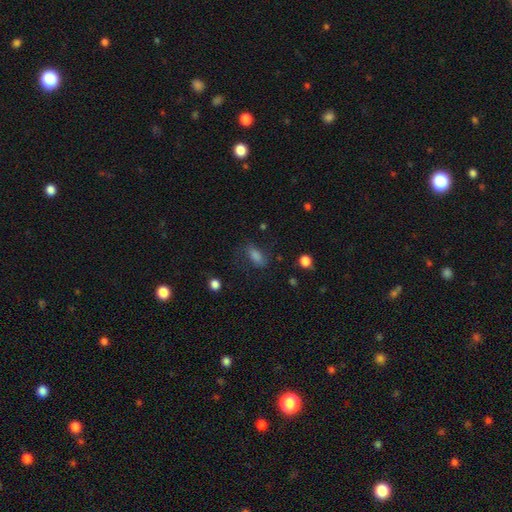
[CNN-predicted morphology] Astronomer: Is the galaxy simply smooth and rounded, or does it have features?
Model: smooth — 64%.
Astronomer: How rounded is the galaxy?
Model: in between — 80%.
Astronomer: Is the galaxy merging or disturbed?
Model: none — 67%.